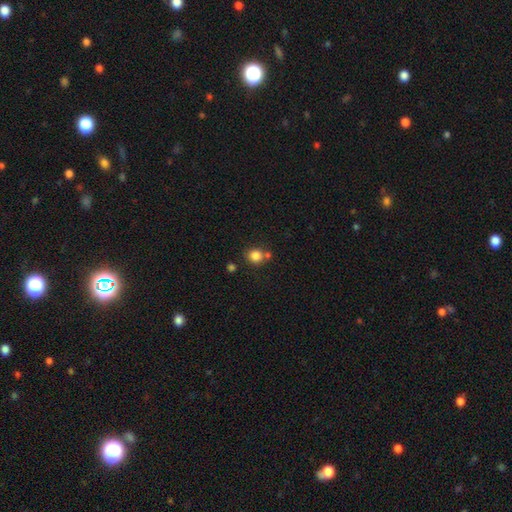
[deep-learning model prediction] Smooth or featured? smooth (83%)
How rounded? round (85%)
Merging? none (67%)